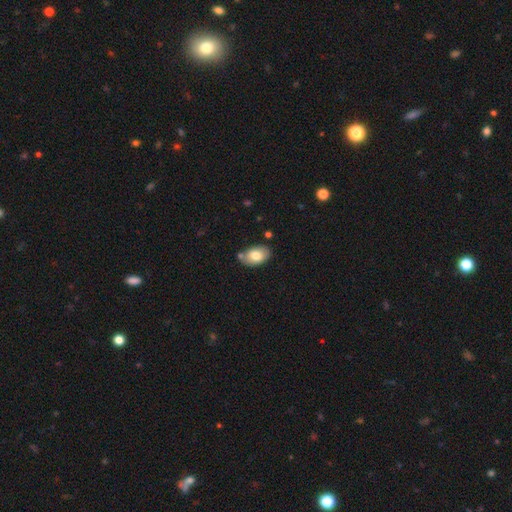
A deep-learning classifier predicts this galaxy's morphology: This appears to be a smooth galaxy with no disk features (77%) that is in between round and cigar-shaped (90%). Merging: none (70%).